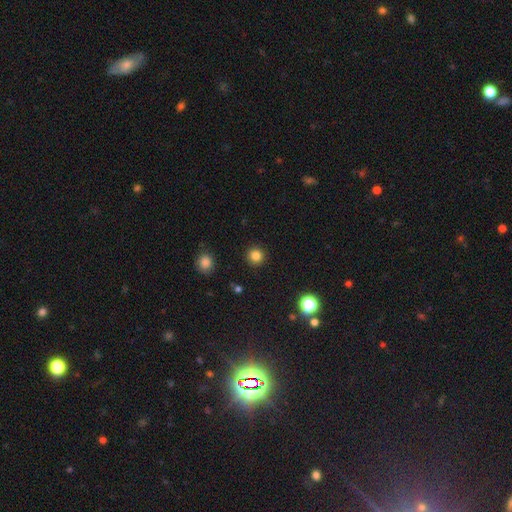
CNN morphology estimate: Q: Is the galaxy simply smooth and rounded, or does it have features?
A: smooth — 83%.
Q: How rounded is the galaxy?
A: round — 95%.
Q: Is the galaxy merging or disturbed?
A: none — 92%.